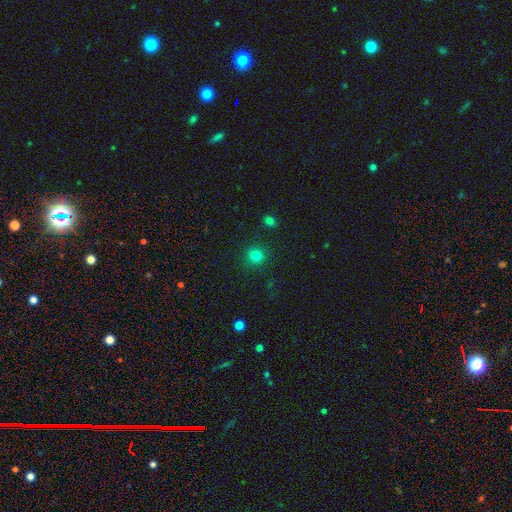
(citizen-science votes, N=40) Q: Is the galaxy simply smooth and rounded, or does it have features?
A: smooth — 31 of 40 (78%).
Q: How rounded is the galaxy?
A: round — 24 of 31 (77%).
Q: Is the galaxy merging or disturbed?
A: none — 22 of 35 (63%).